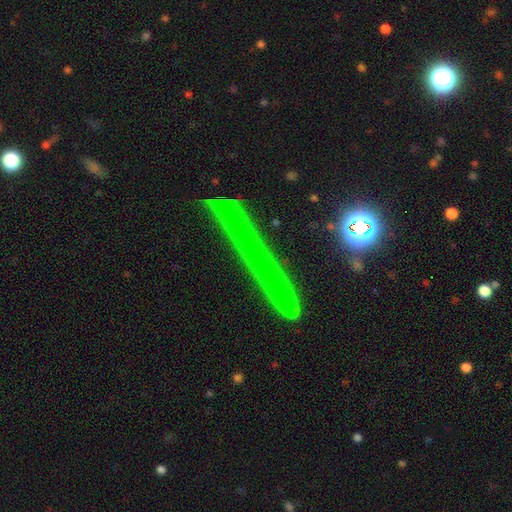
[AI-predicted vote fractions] smooth_or_featured: star or artifact (p=0.68) [alt: featured or disk p=0.23]